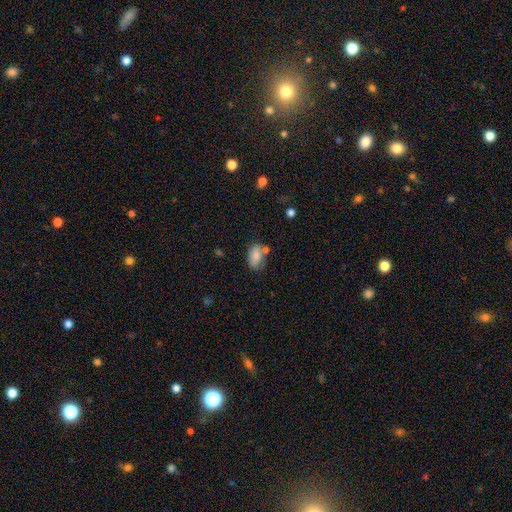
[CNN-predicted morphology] This is clearly a smooth galaxy (84%). How rounded: clearly in between (90%). Merging: possibly none (57%).